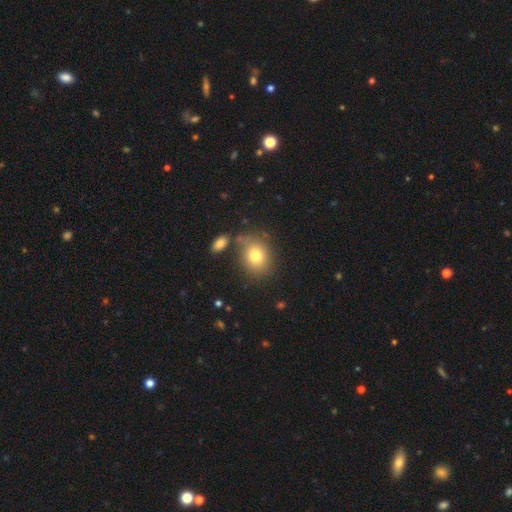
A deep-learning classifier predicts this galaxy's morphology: Smooth or featured? Predicted: smooth (p=0.77). How rounded? Predicted: round (p=0.57). Merging? Predicted: none (p=0.72).